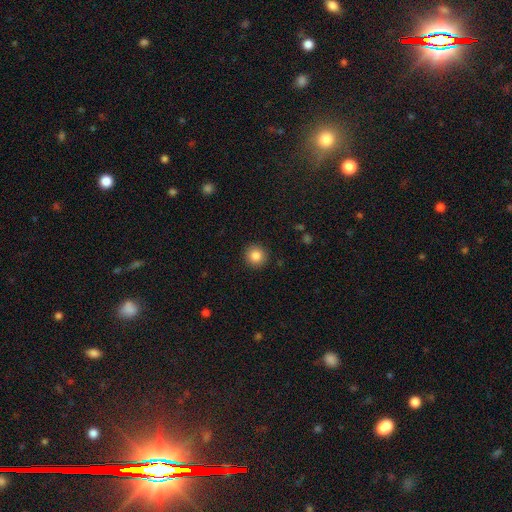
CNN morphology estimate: smooth_or_featured: smooth (p=0.85) [alt: star or artifact p=0.10]
how_rounded: round (p=0.95) [alt: in between p=0.04]
merging: none (p=0.92) [alt: minor disturbance p=0.05]